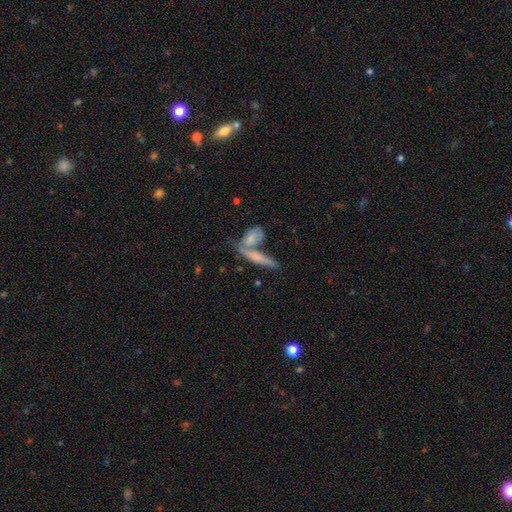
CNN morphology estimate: smooth_or_featured: smooth (p=0.46) [alt: featured or disk p=0.45]
merging: none (p=0.48) [alt: merger p=0.36]